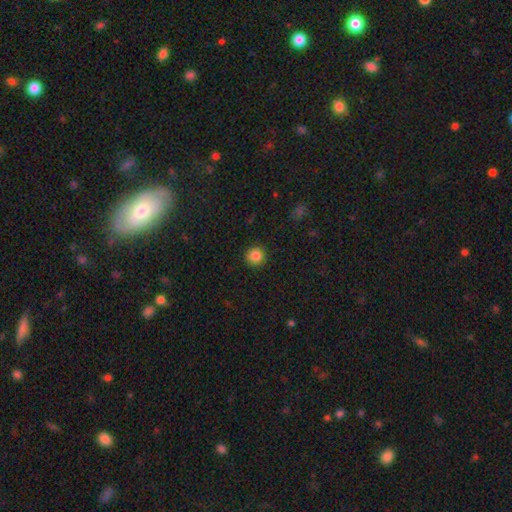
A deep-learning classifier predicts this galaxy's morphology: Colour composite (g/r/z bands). It shows a smooth galaxy with no disk features (86%) that is round (93%). Merging: none (91%).